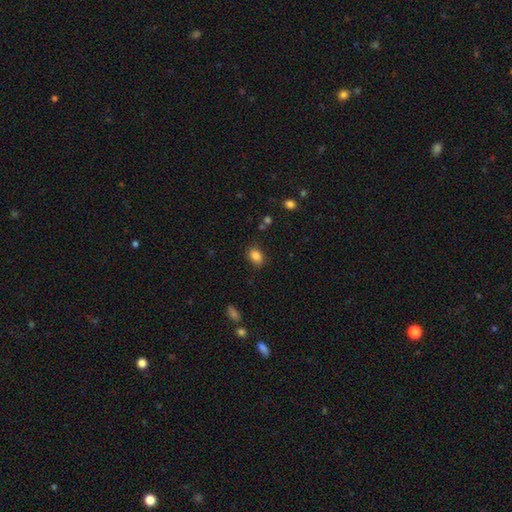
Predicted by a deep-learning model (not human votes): Morphology: type=smooth (85%); roundness=in between (78%); merging=none (80%).